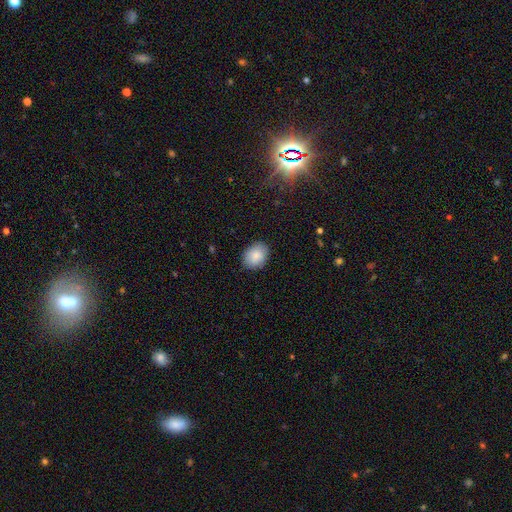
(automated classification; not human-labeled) smooth-or-featured: smooth: 87% | star or artifact: 7% | featured or disk: 6%
  how-rounded: in between: 69% | round: 30% | cigar-shaped: 1%
  merging: none: 87% | minor disturbance: 10% | major disturbance: 2% | merger: 1%